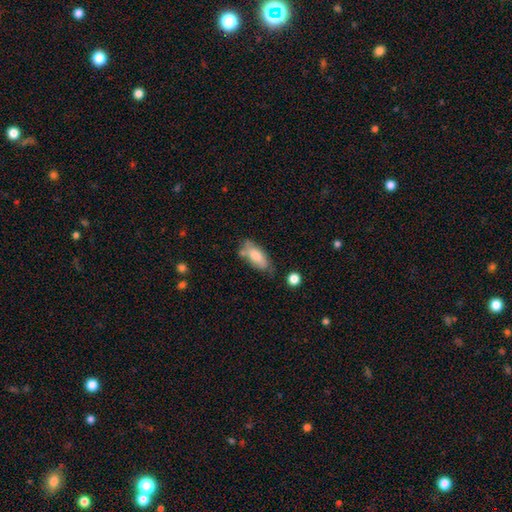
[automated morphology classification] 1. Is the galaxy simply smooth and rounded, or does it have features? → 73% smooth, 20% featured or disk, 7% star or artifact.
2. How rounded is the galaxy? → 85% in between, 13% cigar-shaped, 2% round.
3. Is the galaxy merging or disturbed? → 58% none, 25% minor disturbance, 10% merger, 7% major disturbance.